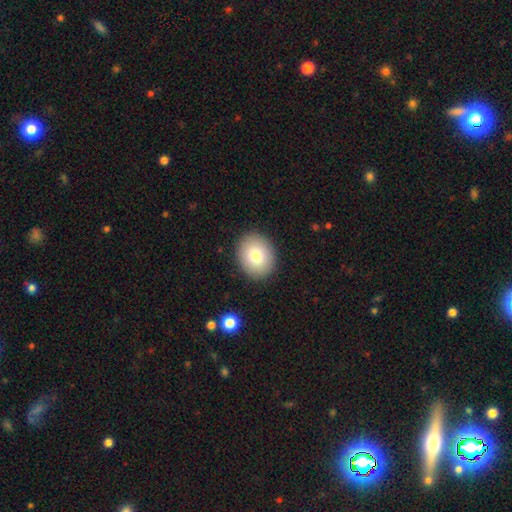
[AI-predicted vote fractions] smooth 79%, featured or disk 13%, star or artifact 9%. Down the decision tree: how rounded — round (54%); merging — none (90%).